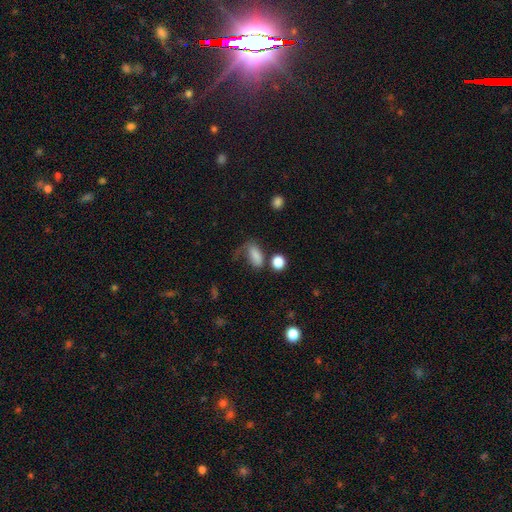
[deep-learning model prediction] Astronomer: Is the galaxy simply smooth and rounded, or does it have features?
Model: smooth — 79%.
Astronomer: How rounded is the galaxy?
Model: in between — 83%.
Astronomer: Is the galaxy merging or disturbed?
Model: none — 35% (runner-up: major disturbance, 32%).